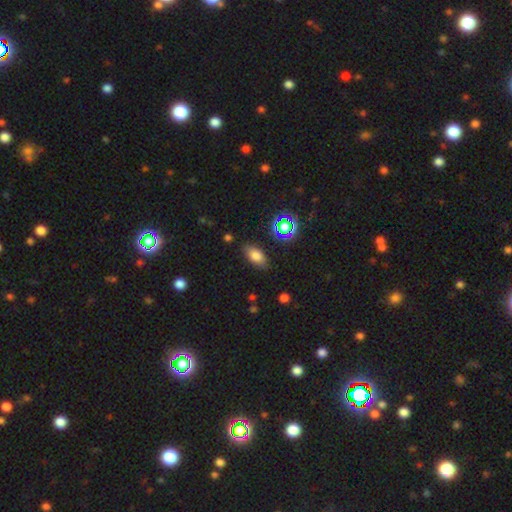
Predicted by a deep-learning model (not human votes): Smooth or featured? smooth (76%)
How rounded? in between (85%)
Merging? none (84%)